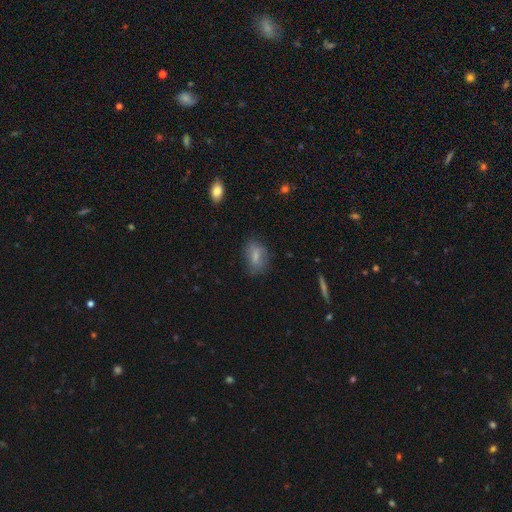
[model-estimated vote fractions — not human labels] A smooth galaxy with no disk features (73%) that is in between round and cigar-shaped (82%). Merging: none (69%).